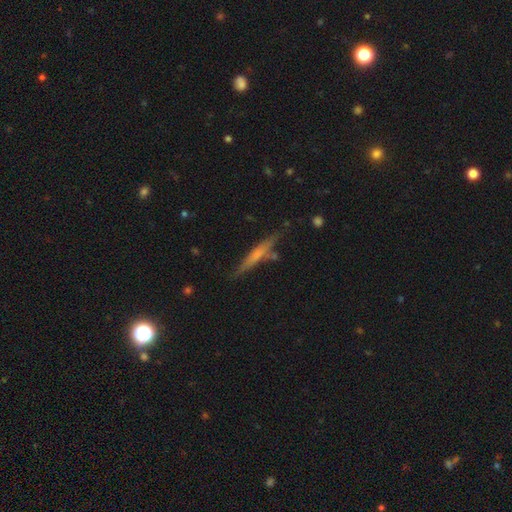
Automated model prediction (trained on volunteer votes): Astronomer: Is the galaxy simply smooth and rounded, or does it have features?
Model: featured or disk — 46%, tied with smooth at 46%.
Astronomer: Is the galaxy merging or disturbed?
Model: none — 78%.